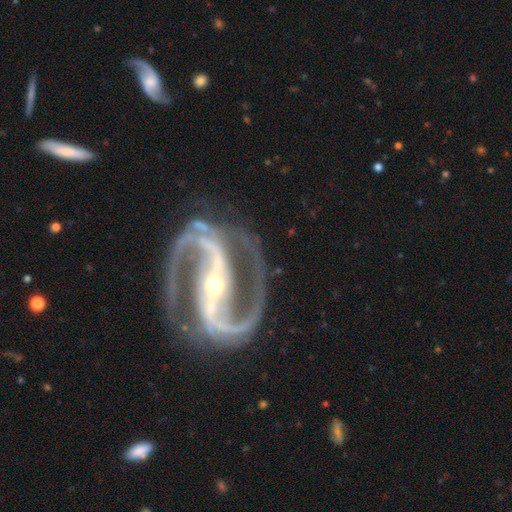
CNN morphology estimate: A featured or disk galaxy (94%) with a strong bar (76%), 2 (94%) medium (65%) spiral arms (99%) and a small central bulge (55%). Merging: none (82%).